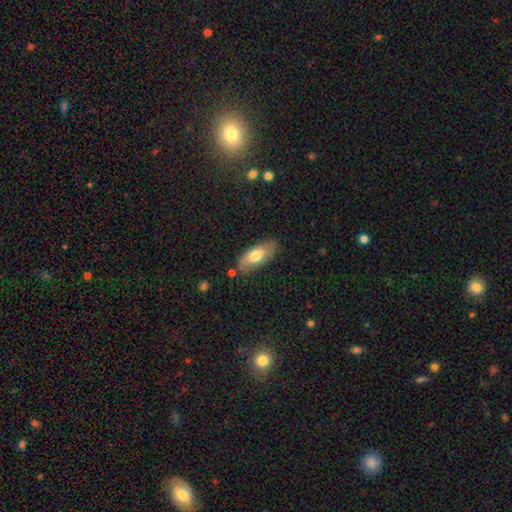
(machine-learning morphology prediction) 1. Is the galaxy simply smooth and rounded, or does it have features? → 65% smooth, 29% featured or disk, 6% star or artifact.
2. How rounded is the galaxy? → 82% in between, 15% cigar-shaped, 2% round.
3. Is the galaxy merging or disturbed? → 76% none, 17% minor disturbance, 4% major disturbance, 3% merger.